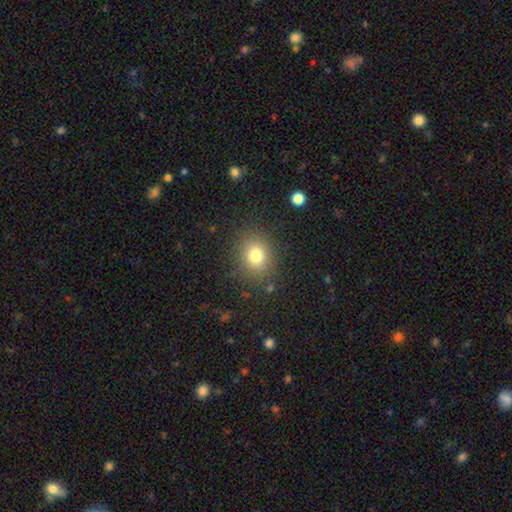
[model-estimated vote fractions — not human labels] smooth_or_featured: smooth (p=0.78) [alt: star or artifact p=0.13]
how_rounded: round (p=0.70) [alt: in between p=0.30]
merging: none (p=0.86) [alt: minor disturbance p=0.09]